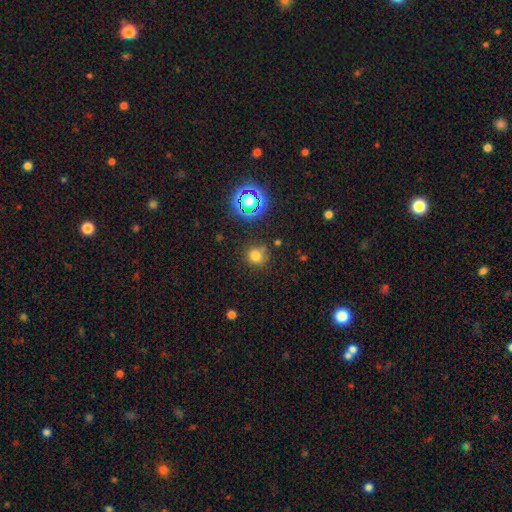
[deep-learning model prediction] Overall: smooth (73%). How rounded: round (90%). Merging: none (78%).